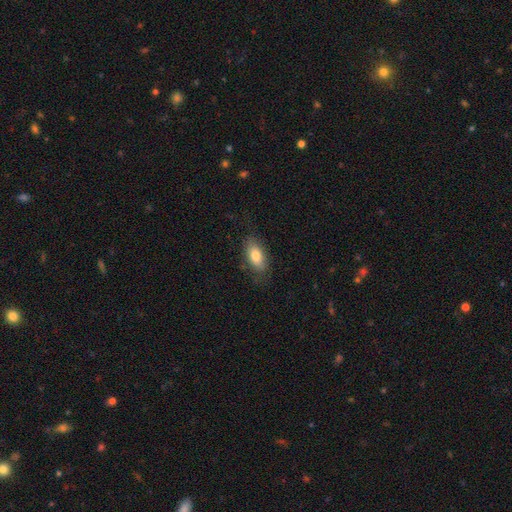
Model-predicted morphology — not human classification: Smooth or featured? Predicted: smooth (p=0.79). How rounded? Predicted: in between (p=0.89). Merging? Predicted: none (p=0.78).